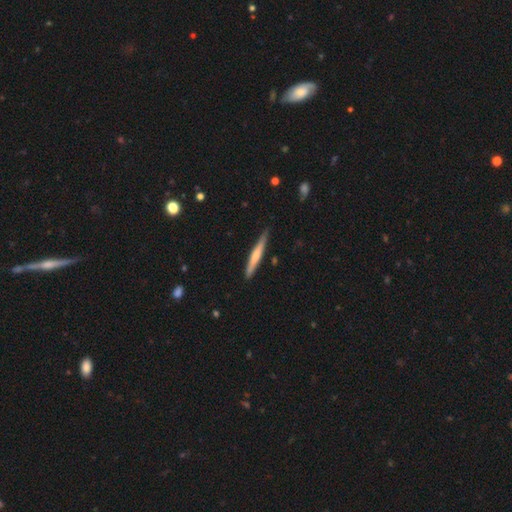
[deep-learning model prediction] Q: Smooth or featured?
A: smooth (52%); runner-up: featured or disk (43%)
Q: How rounded?
A: cigar-shaped (95%); runner-up: in between (4%)
Q: Merging?
A: none (86%); runner-up: minor disturbance (11%)